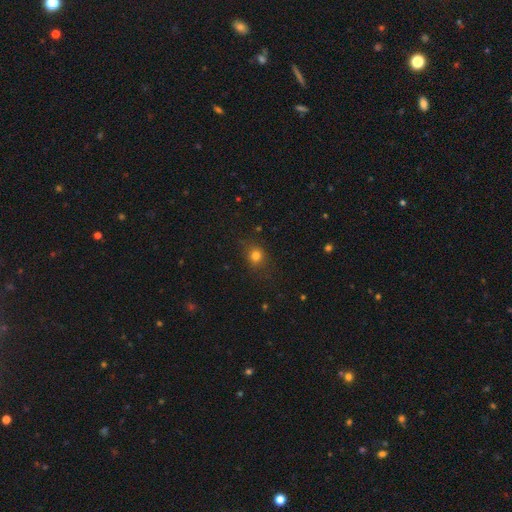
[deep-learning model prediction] Overall: smooth (77%). How rounded: round (68%; in between 31%). Merging: none (77%).